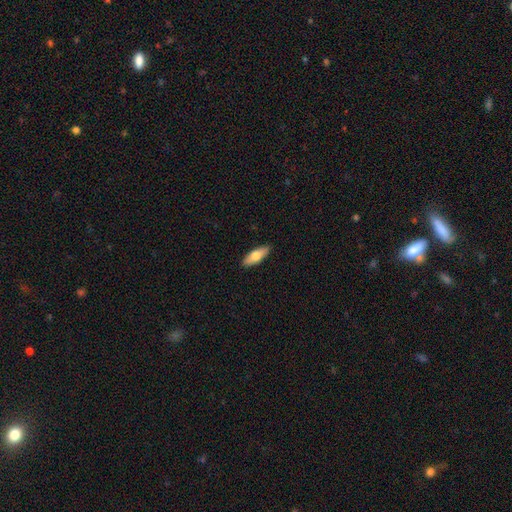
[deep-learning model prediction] This is likely a smooth galaxy (72%). How rounded: likely in between (63%). Merging: clearly none (90%).